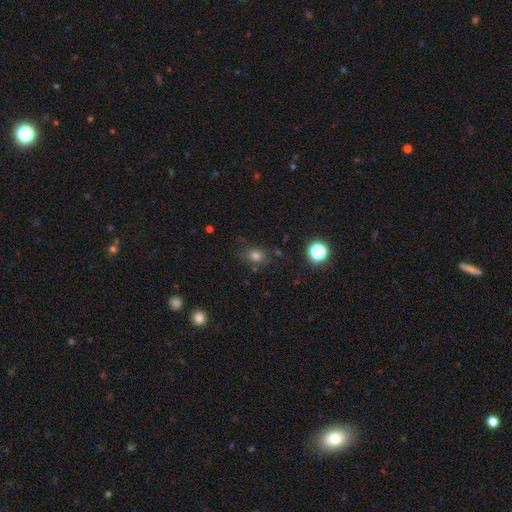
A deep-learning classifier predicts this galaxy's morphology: Smooth or featured?
  - smooth: 75% *
  - star or artifact: 18%
  - featured or disk: 7%
How rounded?
  - round: 54% *
  - in between: 44%
  - cigar-shaped: 1%
Merging?
  - none: 77% *
  - minor disturbance: 15%
  - major disturbance: 5%
  - merger: 4%